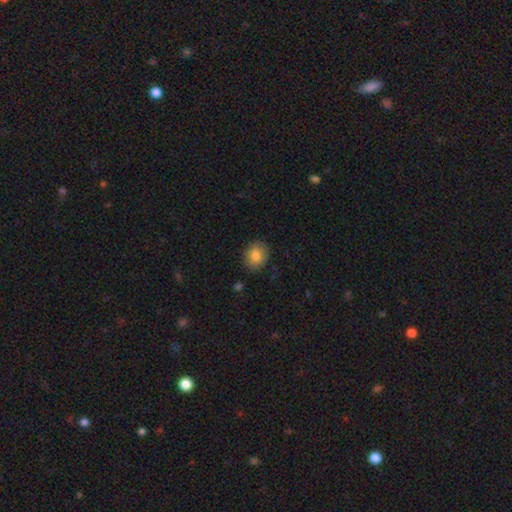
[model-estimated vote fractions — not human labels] The model was most divided on "how rounded": round: 66%, in between: 33%, cigar-shaped: 1%. More confident: merging — none (88%); smooth or featured — smooth (83%).